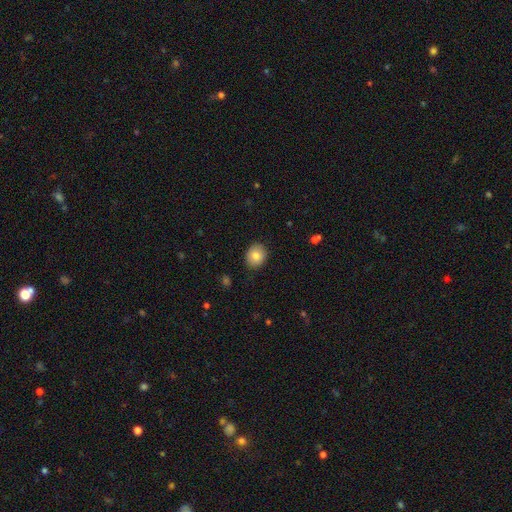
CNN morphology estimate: smooth_or_featured: smooth (p=0.82) [alt: featured or disk p=0.10]
how_rounded: round (p=0.64) [alt: in between p=0.35]
merging: none (p=0.87) [alt: minor disturbance p=0.09]